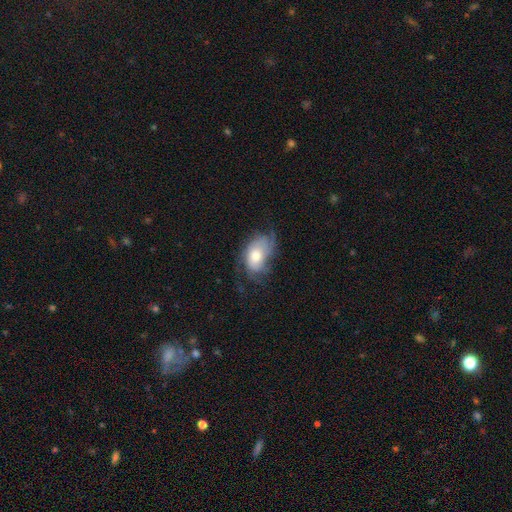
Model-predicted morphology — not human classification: featured or disk 59%, smooth 33%, star or artifact 8%. Down the decision tree: edge-on disk — no (95%); bar — no (77%); spiral arms — yes (84%); bulge size — moderate (55%); merging — none (51%).